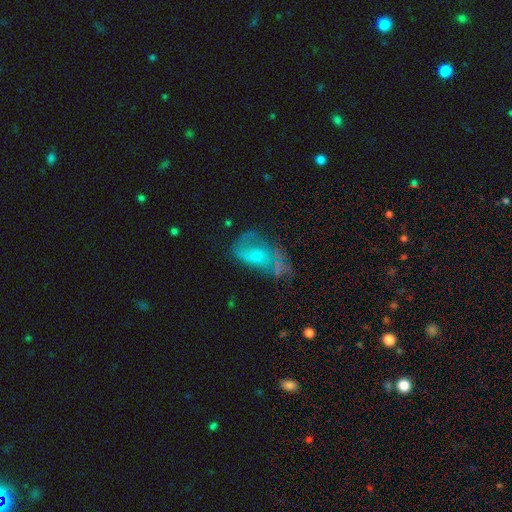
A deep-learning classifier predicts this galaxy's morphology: Overall: featured or disk (58%; smooth 26%). Edge-on disk: no (94%). Bar: no (73%). Spiral arms: yes (64%; no 36%). Bulge size: small (55%; moderate 32%). Merging: none (44%; minor disturbance 23%).